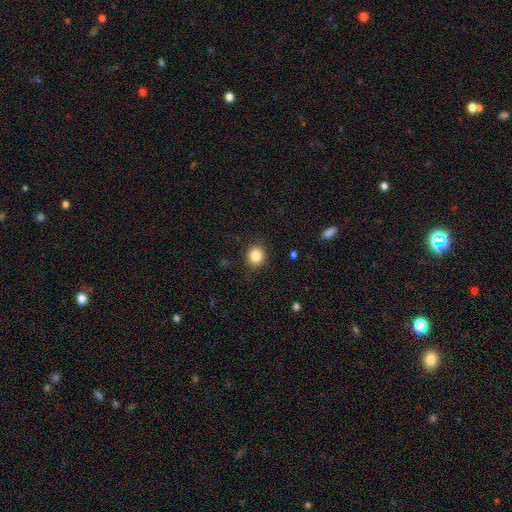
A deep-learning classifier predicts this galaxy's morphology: A smooth galaxy with no disk features (85%) that is round (82%). Merging: none (87%).